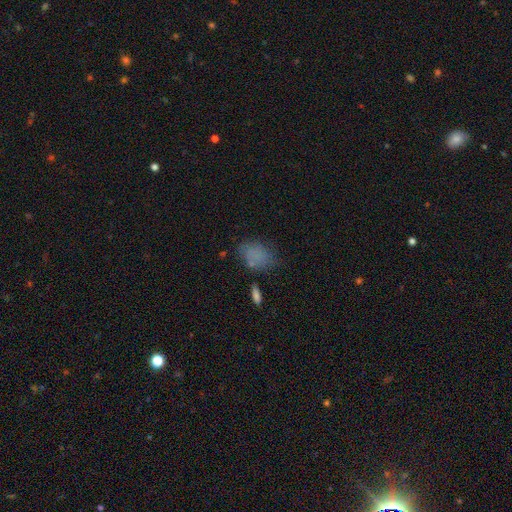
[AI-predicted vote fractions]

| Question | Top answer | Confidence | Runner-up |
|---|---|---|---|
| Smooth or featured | smooth | 72% | featured or disk (15%) |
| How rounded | in between | 79% | round (19%) |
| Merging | none | 55% | minor disturbance (24%) |